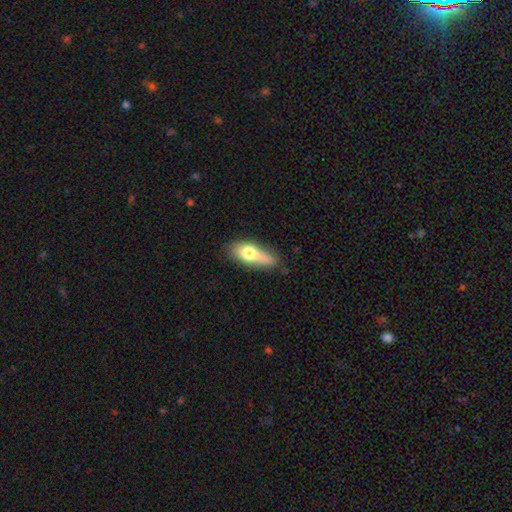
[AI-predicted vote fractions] Smooth or featured?
  - smooth: 62% *
  - featured or disk: 30%
  - star or artifact: 7%
How rounded?
  - in between: 67% *
  - cigar-shaped: 27%
  - round: 6%
Merging?
  - none: 57% *
  - minor disturbance: 28%
  - major disturbance: 9%
  - merger: 5%